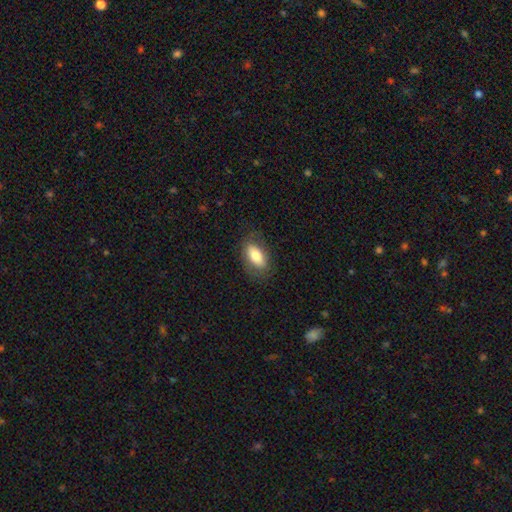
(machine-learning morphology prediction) A smooth galaxy with no disk features (74%) that is in between round and cigar-shaped (89%).

Vote fractions:
- Smooth or featured? smooth: 74% / featured or disk: 19% / star or artifact: 7%
- How rounded? in between: 89% / cigar-shaped: 6% / round: 5%
- Merging? none: 79% / minor disturbance: 15% / major disturbance: 5% / merger: 1%